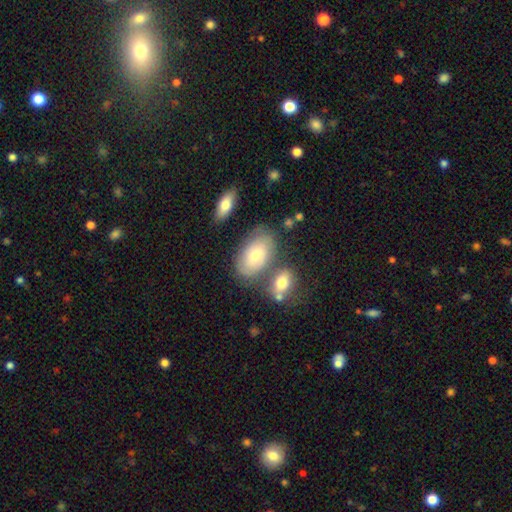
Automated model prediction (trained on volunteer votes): smooth-or-featured: smooth: 66% | featured or disk: 27% | star or artifact: 7%
  how-rounded: in between: 91% | round: 8% | cigar-shaped: 1%
  merging: none: 61% | minor disturbance: 18% | merger: 15% | major disturbance: 6%